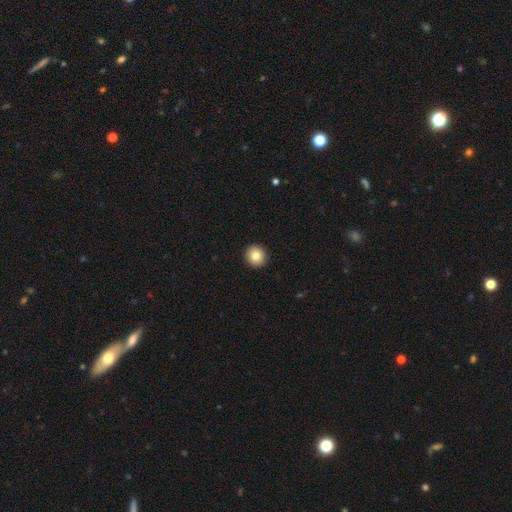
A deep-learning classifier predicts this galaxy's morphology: The model was most divided on "smooth or featured": smooth: 82%, star or artifact: 9%, featured or disk: 8%. More confident: merging — none (94%); how rounded — round (93%).